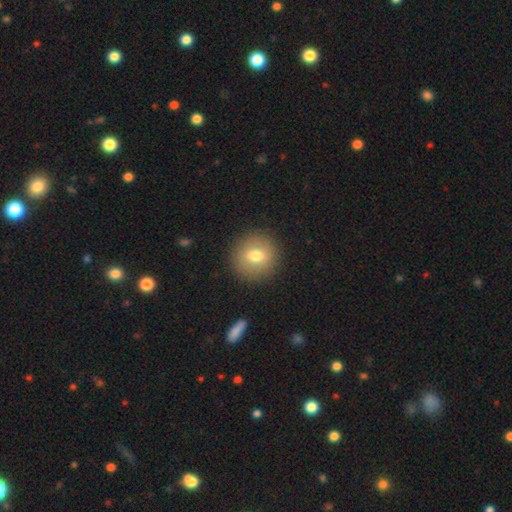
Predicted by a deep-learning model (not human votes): Smooth or featured? Predicted: smooth (p=0.72). How rounded? Predicted: round (p=0.90). Merging? Predicted: none (p=0.89).